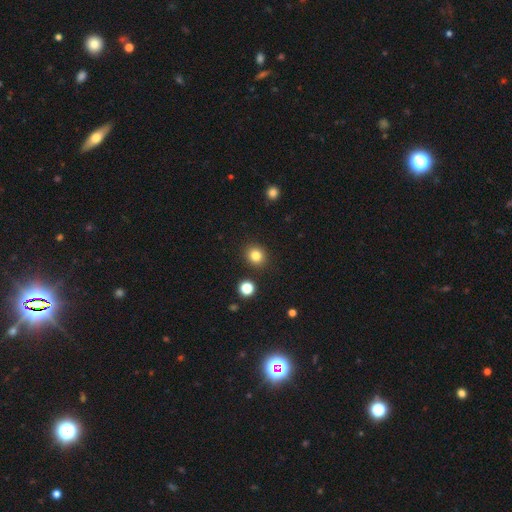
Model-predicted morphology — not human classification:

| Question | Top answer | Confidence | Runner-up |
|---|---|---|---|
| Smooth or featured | smooth | 83% | star or artifact (12%) |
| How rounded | round | 79% | in between (20%) |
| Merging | none | 89% | minor disturbance (6%) |